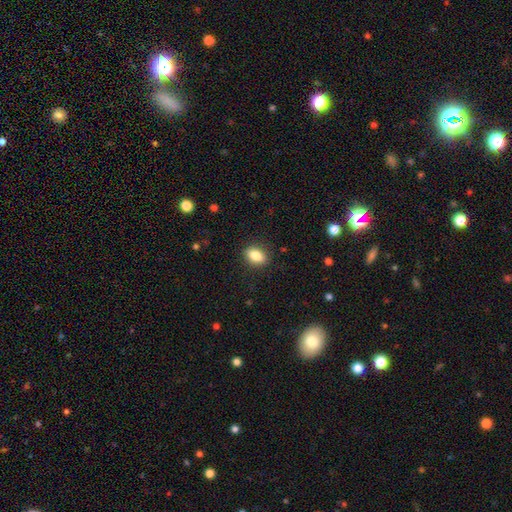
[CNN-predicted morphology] smooth-or-featured: smooth: 84% | star or artifact: 8% | featured or disk: 7%
  how-rounded: in between: 81% | round: 15% | cigar-shaped: 3%
  merging: none: 88% | minor disturbance: 9% | major disturbance: 2% | merger: 1%